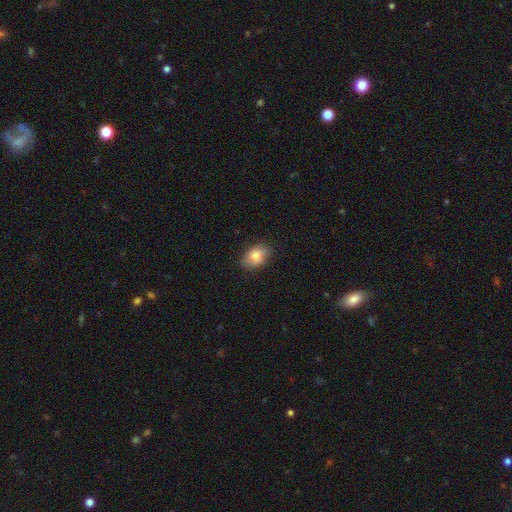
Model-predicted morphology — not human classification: Smooth or featured? smooth (75%)
How rounded? in between (79%)
Merging? none (75%)